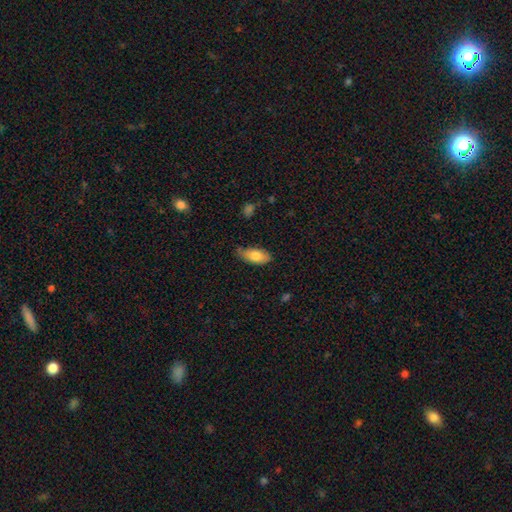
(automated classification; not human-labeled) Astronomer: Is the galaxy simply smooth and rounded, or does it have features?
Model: smooth — 80%.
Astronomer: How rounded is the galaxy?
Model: in between — 89%.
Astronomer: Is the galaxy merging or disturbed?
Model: none — 68%.